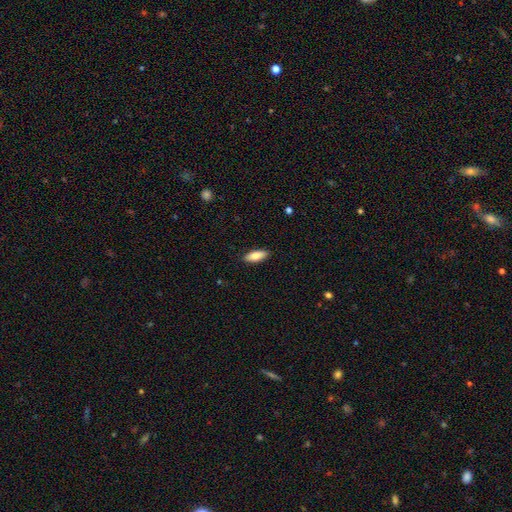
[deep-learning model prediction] The model was most divided on "how rounded": in between: 74%, cigar-shaped: 23%, round: 2%. More confident: merging — none (89%); smooth or featured — smooth (82%).